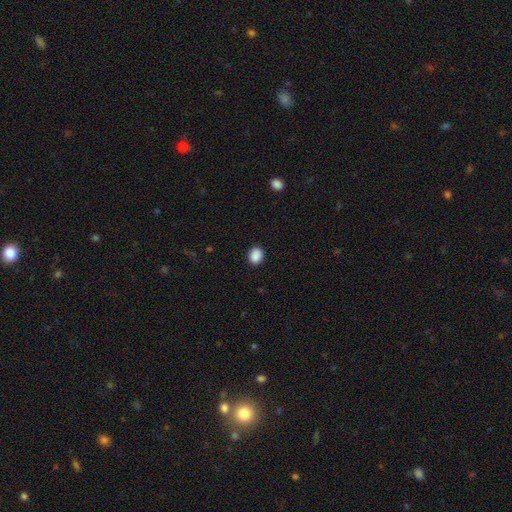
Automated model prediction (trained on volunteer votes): The model was most divided on "how rounded": round: 56%, in between: 43%, cigar-shaped: 1%. More confident: merging — none (89%); smooth or featured — smooth (89%).